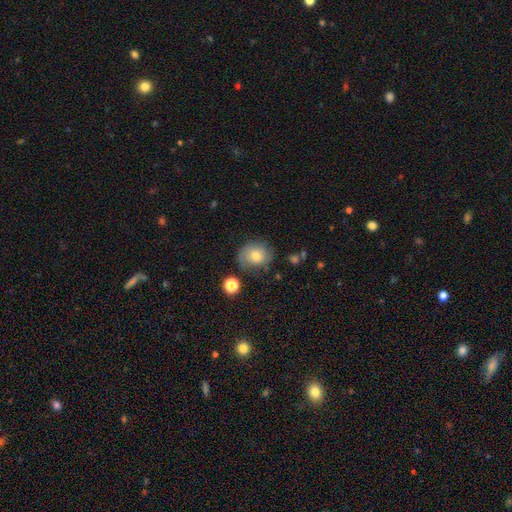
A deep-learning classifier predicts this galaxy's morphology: This appears to be a smooth galaxy with no disk features (66%) that is round (61%). Merging: none (63%).